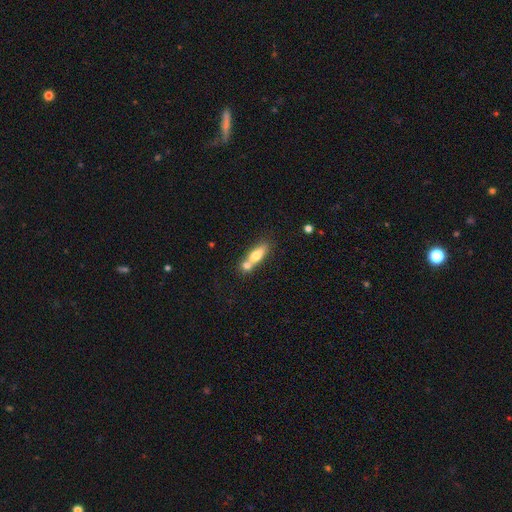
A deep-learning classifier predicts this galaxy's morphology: Overall: smooth (65%; featured or disk 27%). How rounded: in between (50%; cigar-shaped 44%). Merging: merger (51%; none 35%).